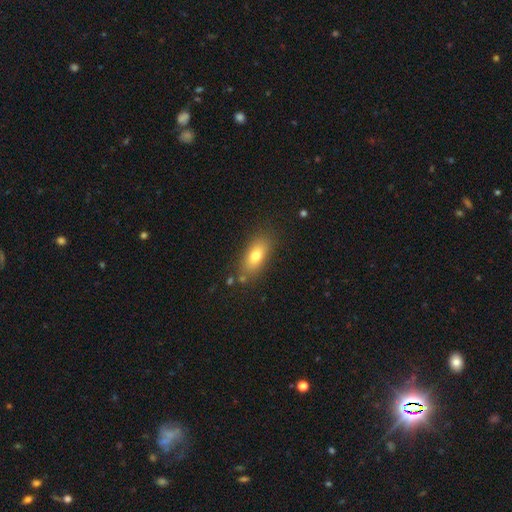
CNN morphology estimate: A smooth galaxy with no disk features (75%) that is in between round and cigar-shaped (80%). Merging: none (80%).